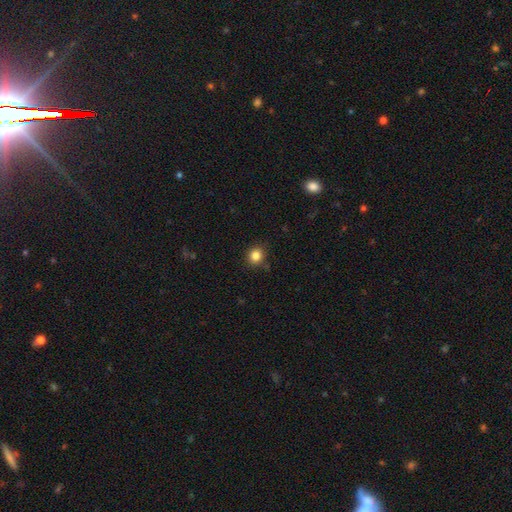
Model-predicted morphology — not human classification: Smooth or featured? smooth (84%)
How rounded? round (85%)
Merging? none (87%)